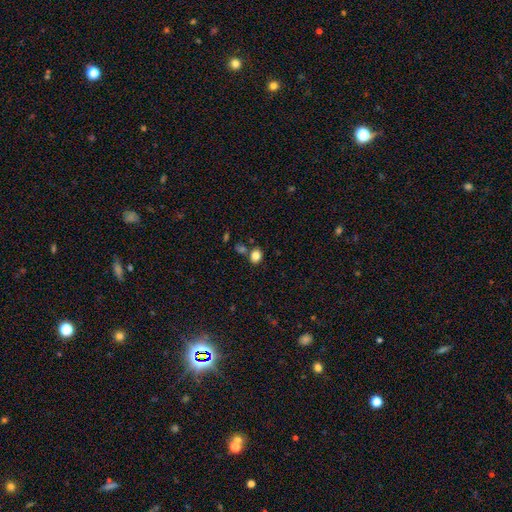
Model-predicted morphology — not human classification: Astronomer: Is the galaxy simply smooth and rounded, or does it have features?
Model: smooth — 83%.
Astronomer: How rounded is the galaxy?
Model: round — 50% (runner-up: in between, 49%).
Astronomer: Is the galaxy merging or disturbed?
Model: none — 72%.